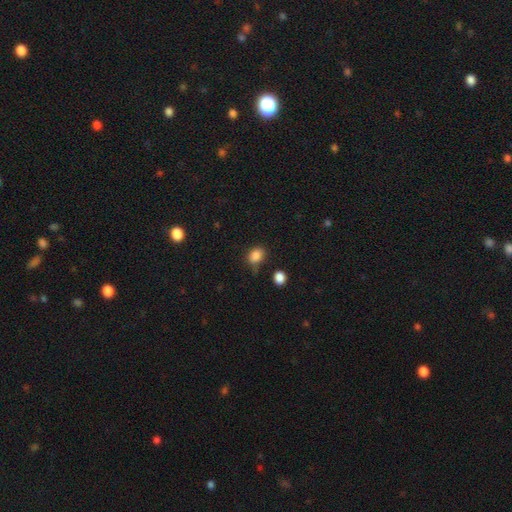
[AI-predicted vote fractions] Smooth or featured? smooth (85%)
How rounded? in between (62%)
Merging? none (68%)